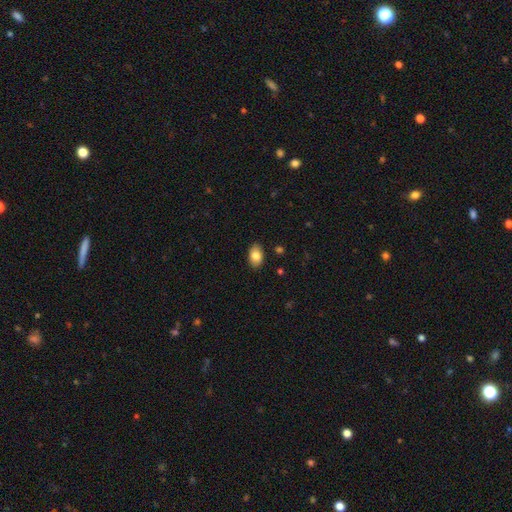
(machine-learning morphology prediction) Overall: smooth (83%). How rounded: in between (89%). Merging: none (88%).